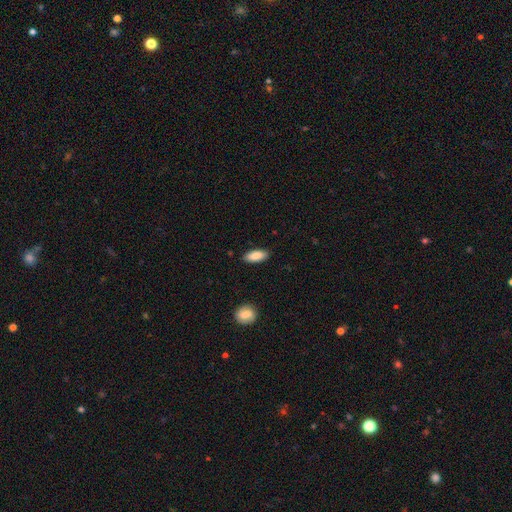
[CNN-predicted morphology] Smooth or featured?
  - smooth: 87% *
  - featured or disk: 7%
  - star or artifact: 6%
How rounded?
  - in between: 80% *
  - cigar-shaped: 18%
  - round: 2%
Merging?
  - none: 87% *
  - minor disturbance: 10%
  - major disturbance: 2%
  - merger: 1%